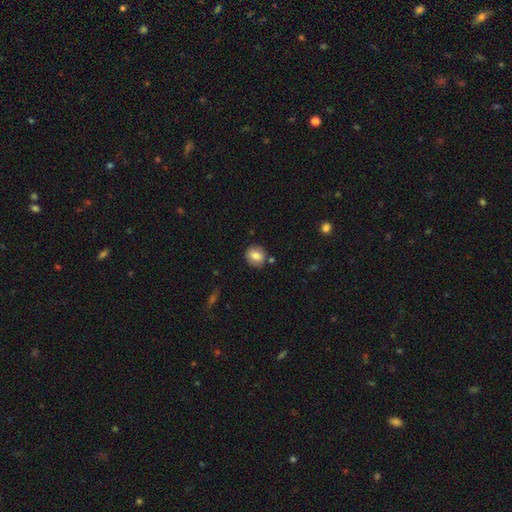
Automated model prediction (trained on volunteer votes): Smooth or featured? Predicted: smooth (p=0.77). How rounded? Predicted: round (p=0.75). Merging? Predicted: none (p=0.82).